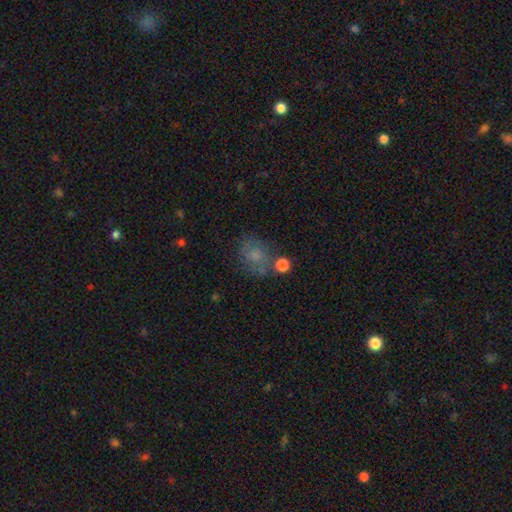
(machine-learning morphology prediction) The model was most divided on "how rounded": round: 59%, in between: 39%, cigar-shaped: 1%. More confident: merging — none (60%); smooth or featured — smooth (59%).